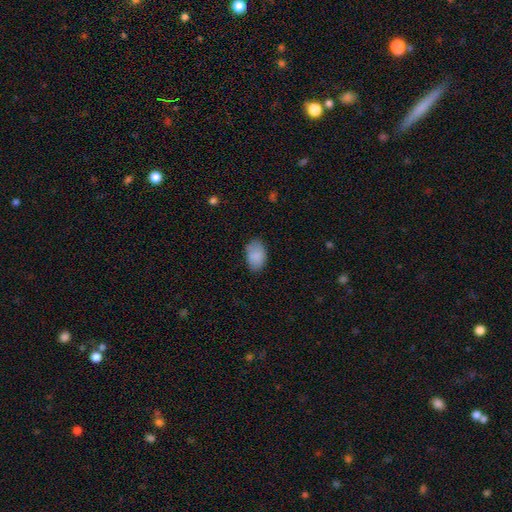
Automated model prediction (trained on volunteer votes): Morphology: type=smooth (87%); roundness=in between (90%); merging=none (76%).